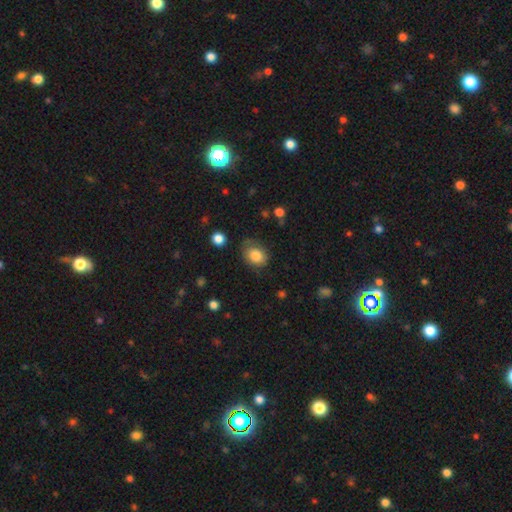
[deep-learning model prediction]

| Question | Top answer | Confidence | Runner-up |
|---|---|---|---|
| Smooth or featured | smooth | 81% | featured or disk (10%) |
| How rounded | in between | 57% | round (42%) |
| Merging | none | 66% | minor disturbance (24%) |